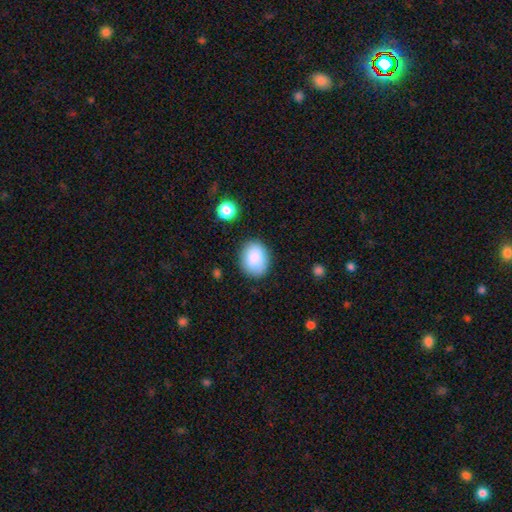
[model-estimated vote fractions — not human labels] Smooth or featured?
  - smooth: 87% *
  - star or artifact: 7%
  - featured or disk: 5%
How rounded?
  - in between: 61% *
  - round: 38%
  - cigar-shaped: 1%
Merging?
  - none: 81% *
  - minor disturbance: 13%
  - major disturbance: 3%
  - merger: 2%